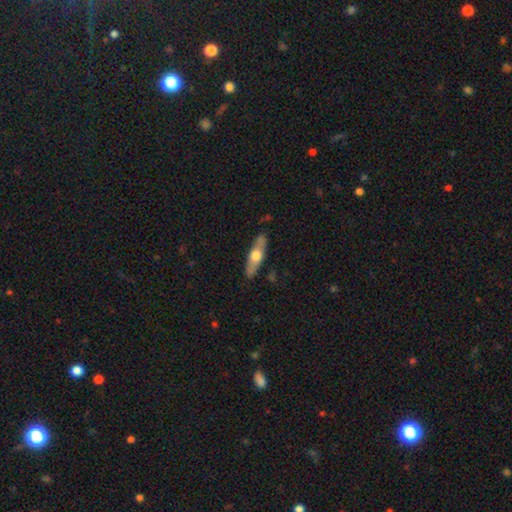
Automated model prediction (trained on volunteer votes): smooth-or-featured: smooth: 48% | featured or disk: 47% | star or artifact: 5%
  merging: none: 85% | minor disturbance: 12% | major disturbance: 2% | merger: 2%